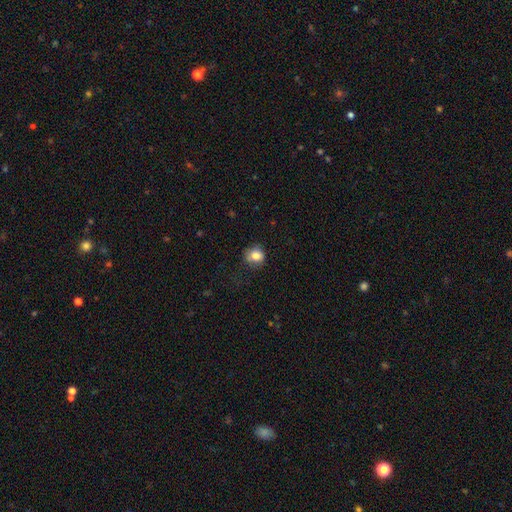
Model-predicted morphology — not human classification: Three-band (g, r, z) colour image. It shows a smooth galaxy with no disk features (81%) that is round (72%). Merging: none (70%).